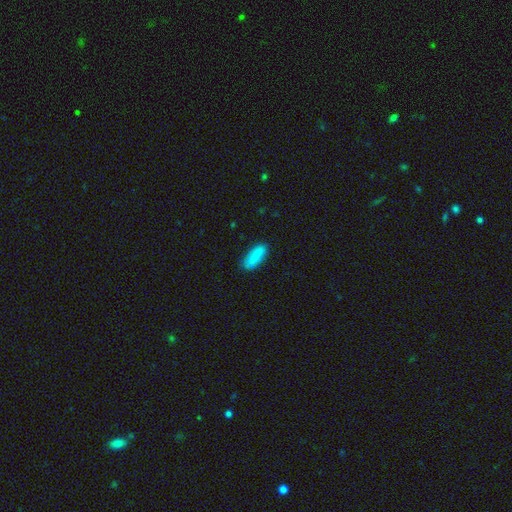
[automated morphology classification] type=smooth (84%); roundness=in between (58%); merging=none (80%).